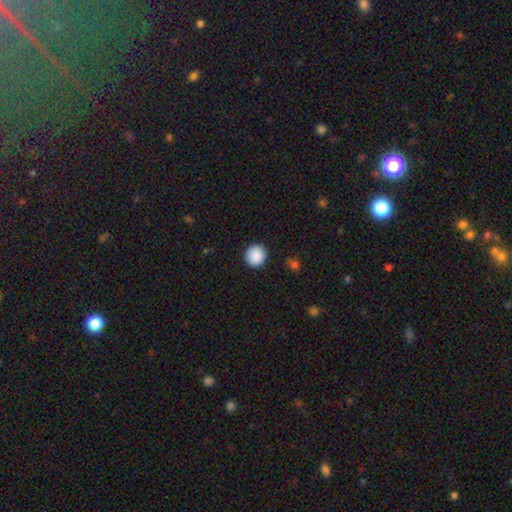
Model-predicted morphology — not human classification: Smooth or featured? Predicted: smooth (p=0.90). How rounded? Predicted: round (p=0.93). Merging? Predicted: none (p=0.91).